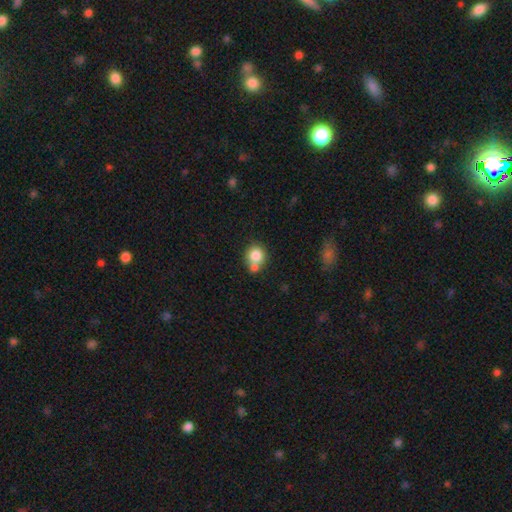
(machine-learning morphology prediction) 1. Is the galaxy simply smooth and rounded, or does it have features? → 81% smooth, 10% featured or disk, 9% star or artifact.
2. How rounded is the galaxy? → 85% round, 14% in between, 1% cigar-shaped.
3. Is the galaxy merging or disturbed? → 51% none, 35% merger, 10% minor disturbance, 3% major disturbance.